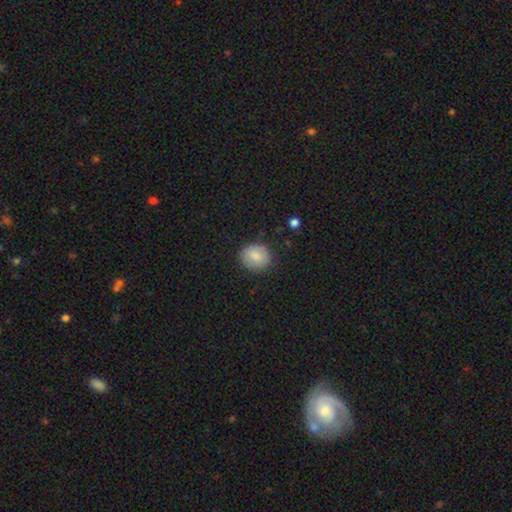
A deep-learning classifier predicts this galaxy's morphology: Overall: smooth (84%). How rounded: round (69%; in between 30%). Merging: none (83%).